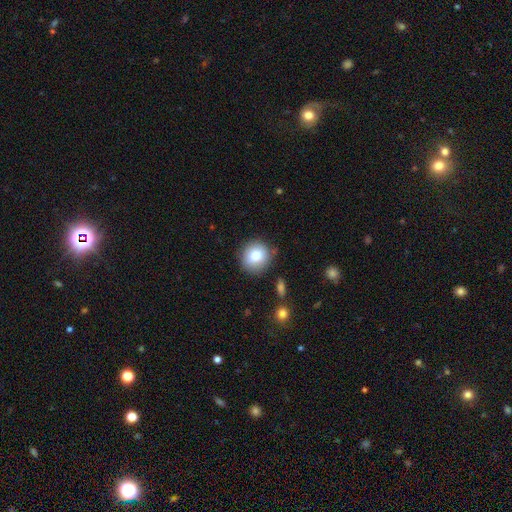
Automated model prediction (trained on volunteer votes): smooth_or_featured: smooth (p=0.82) [alt: star or artifact p=0.09]
how_rounded: round (p=0.87) [alt: in between p=0.12]
merging: none (p=0.83) [alt: minor disturbance p=0.11]